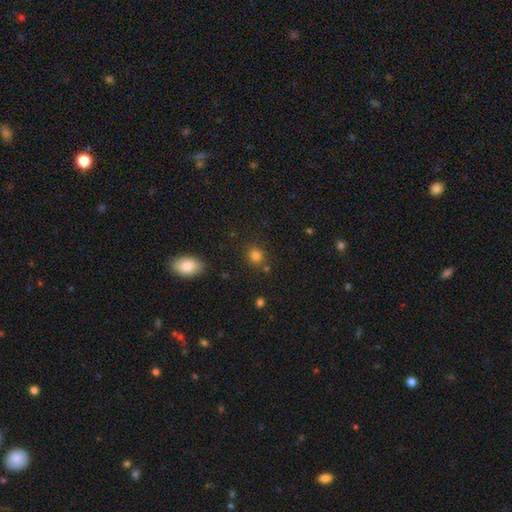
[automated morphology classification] The model was most divided on "how rounded": round: 76%, in between: 23%, cigar-shaped: 1%. More confident: smooth or featured — smooth (81%); merging — none (81%).